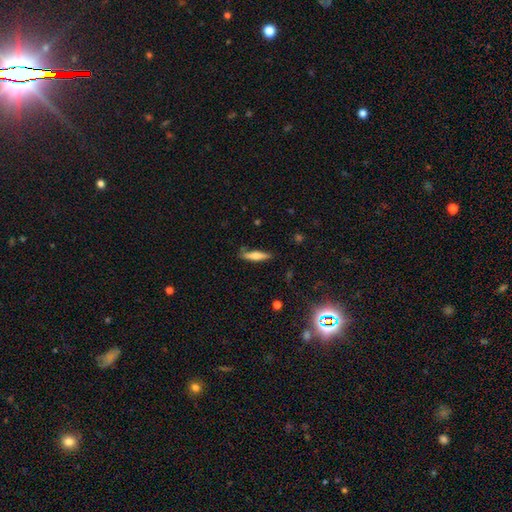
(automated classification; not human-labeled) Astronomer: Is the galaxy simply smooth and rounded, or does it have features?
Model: smooth — 65%.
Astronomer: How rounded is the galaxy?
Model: cigar-shaped — 77%.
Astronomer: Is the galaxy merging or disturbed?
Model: none — 80%.